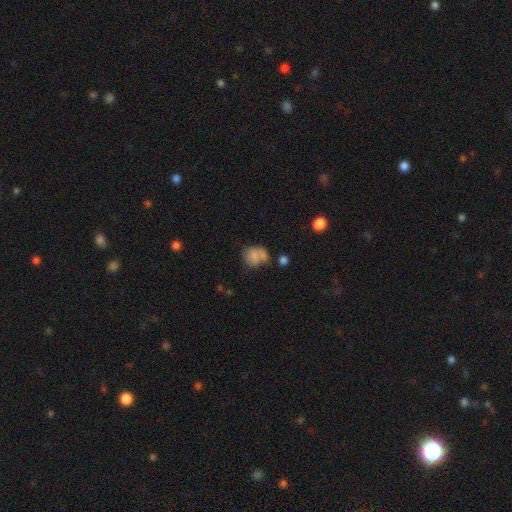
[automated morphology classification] smooth-or-featured: smooth: 71% | featured or disk: 18% | star or artifact: 11%
  how-rounded: round: 61% | in between: 38% | cigar-shaped: 1%
  merging: none: 37% | minor disturbance: 24% | merger: 23% | major disturbance: 16%